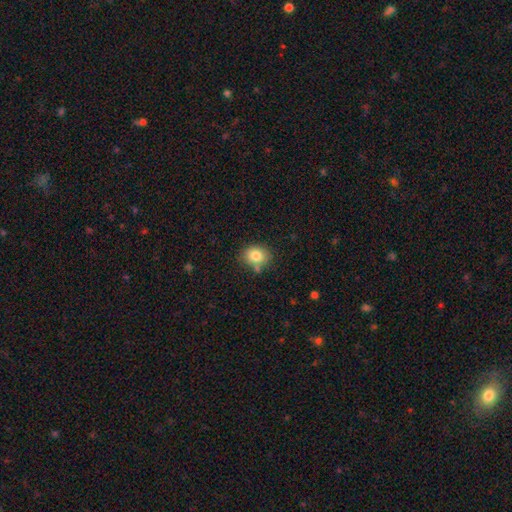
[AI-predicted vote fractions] This appears to be a smooth galaxy with no disk features (82%) that is round (54%). Merging: none (75%).